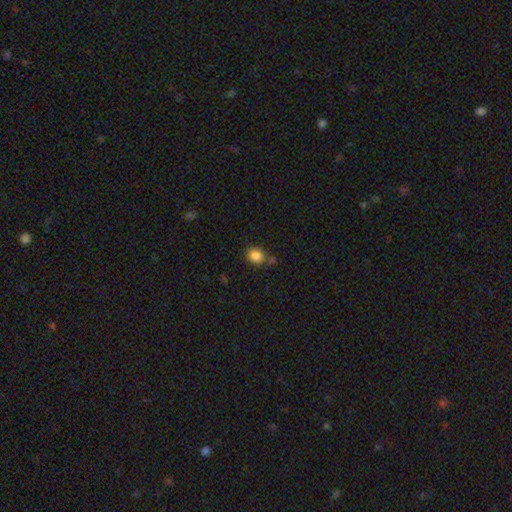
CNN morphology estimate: Smooth or featured? Predicted: smooth (p=0.85). How rounded? Predicted: round (p=0.66). Merging? Predicted: none (p=0.66).